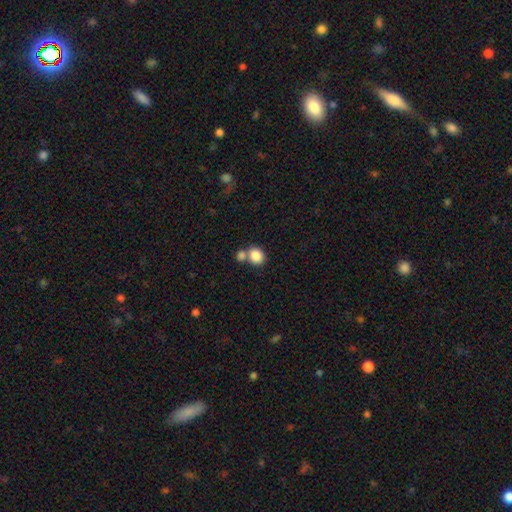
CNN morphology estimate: This is clearly a smooth galaxy (85%). How rounded: likely round (69%). Merging: possibly none (46%).